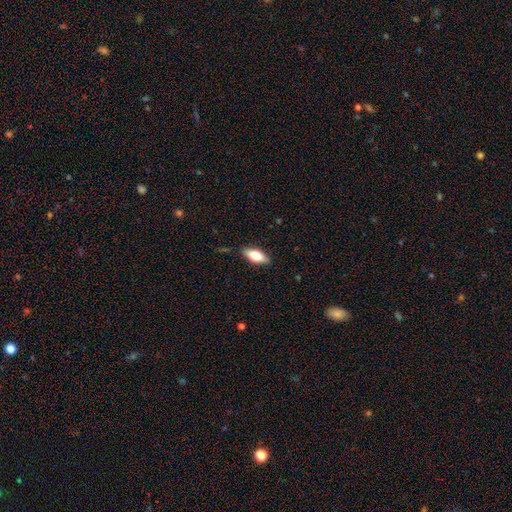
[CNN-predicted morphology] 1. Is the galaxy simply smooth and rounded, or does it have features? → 70% smooth, 23% featured or disk, 6% star or artifact.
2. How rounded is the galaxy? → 77% in between, 20% cigar-shaped, 3% round.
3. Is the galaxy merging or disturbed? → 86% none, 11% minor disturbance, 2% major disturbance, 1% merger.